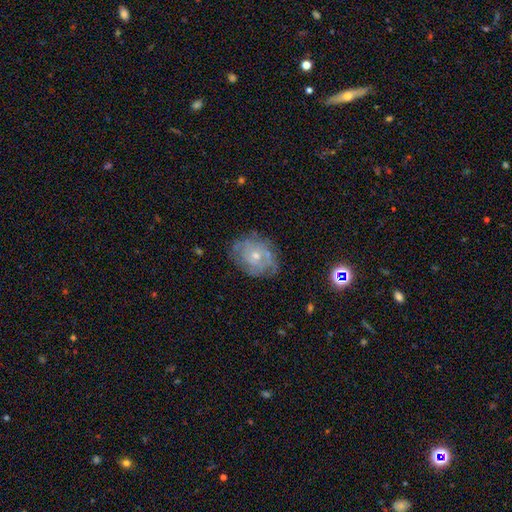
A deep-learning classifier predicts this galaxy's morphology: Smooth or featured: featured or disk — 67% (smooth — 25%)
Edge-on disk: no — 97% (yes — 3%)
Bar: no — 81% (weak — 17%)
Spiral arms: yes — 72% (no — 28%)
Bulge size: small — 58% (moderate — 37%)
Merging: none — 66% (minor disturbance — 22%)